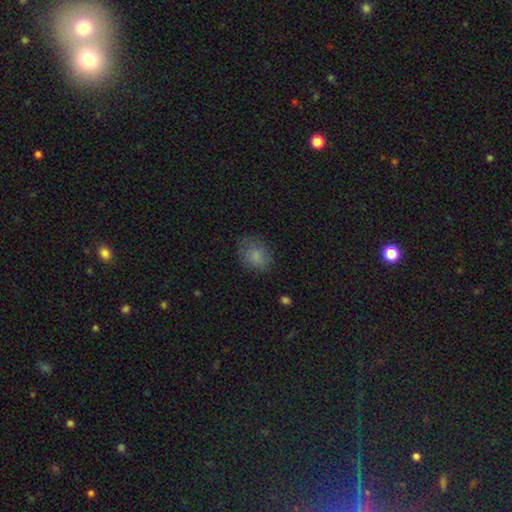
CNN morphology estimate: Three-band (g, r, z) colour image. It shows a smooth galaxy with no disk features (81%) that is in between round and cigar-shaped (59%). Merging: none (73%).